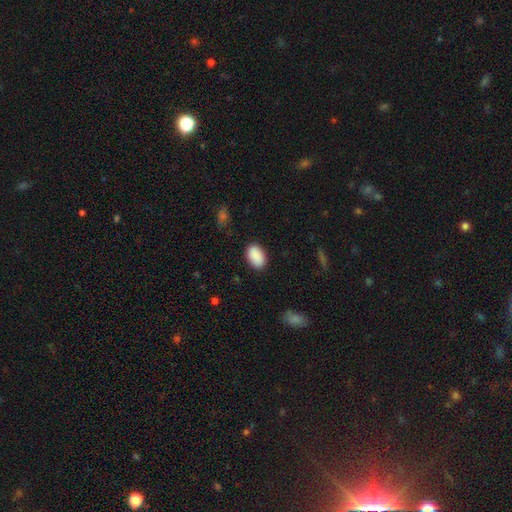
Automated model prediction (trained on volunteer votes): Smooth or featured: smooth — 90% (star or artifact — 7%)
How rounded: in between — 89% (round — 10%)
Merging: none — 86% (minor disturbance — 10%)